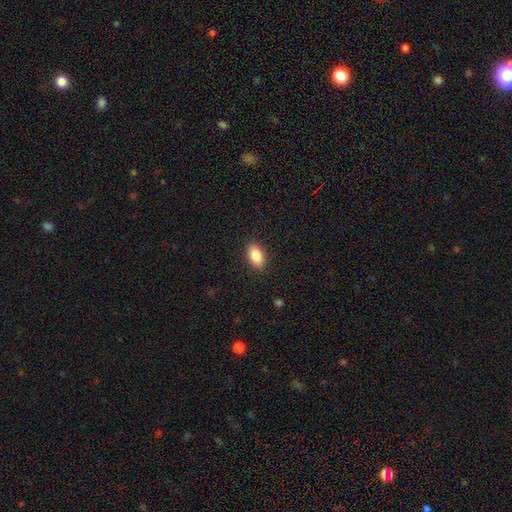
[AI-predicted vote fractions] smooth 87%, star or artifact 7%, featured or disk 6%. Down the decision tree: how rounded — in between (91%); merging — none (89%).